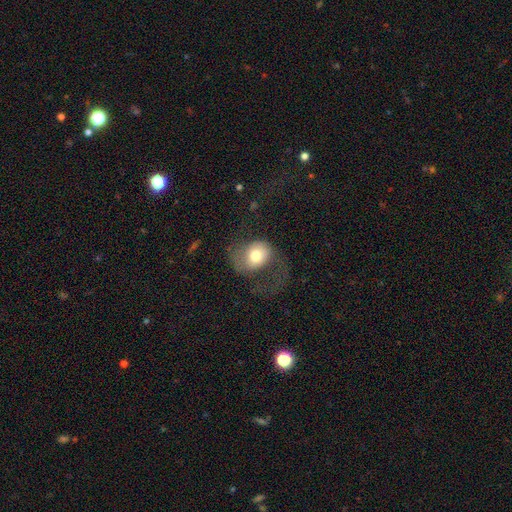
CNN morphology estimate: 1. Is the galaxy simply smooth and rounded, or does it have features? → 61% smooth, 31% featured or disk, 8% star or artifact.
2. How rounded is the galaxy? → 51% round, 48% in between, 1% cigar-shaped.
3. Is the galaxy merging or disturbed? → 53% major disturbance, 27% none, 18% minor disturbance, 2% merger.